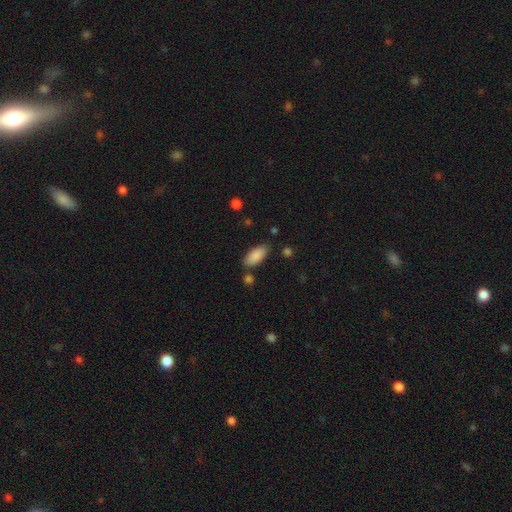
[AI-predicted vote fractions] This is clearly a smooth galaxy (88%). How rounded: clearly in between (89%). Merging: likely none (79%).